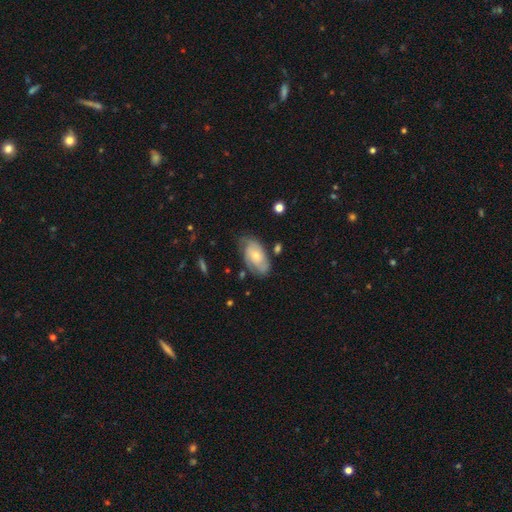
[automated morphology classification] Overall: featured or disk (56%; smooth 37%). Edge-on disk: no (94%). Bar: no (75%). Spiral arms: yes (84%). Bulge size: small (62%; moderate 31%). Merging: none (64%; minor disturbance 25%).